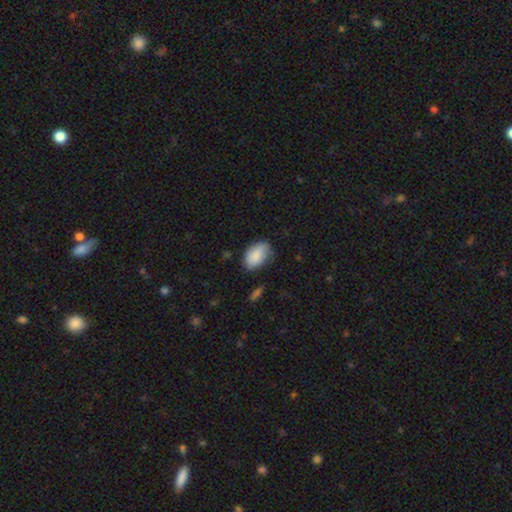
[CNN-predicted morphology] A smooth galaxy with no disk features (86%) that is in between round and cigar-shaped (91%).

Vote fractions:
- Smooth or featured? smooth: 86% / featured or disk: 8% / star or artifact: 6%
- How rounded? in between: 91% / round: 8% / cigar-shaped: 1%
- Merging? none: 70% / minor disturbance: 22% / major disturbance: 5% / merger: 2%